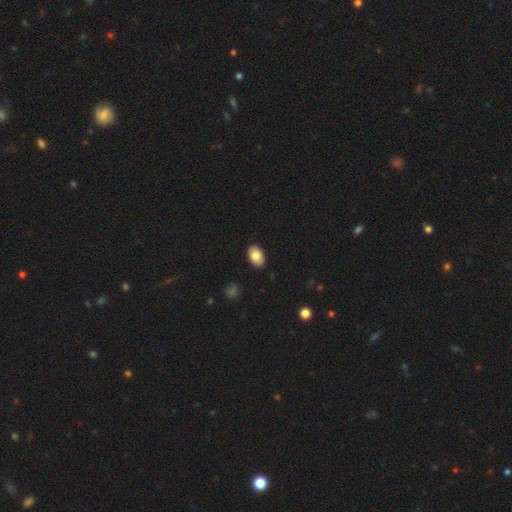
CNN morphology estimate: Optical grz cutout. It shows a smooth galaxy with no disk features (81%) that is in between round and cigar-shaped (91%). Merging: none (89%).